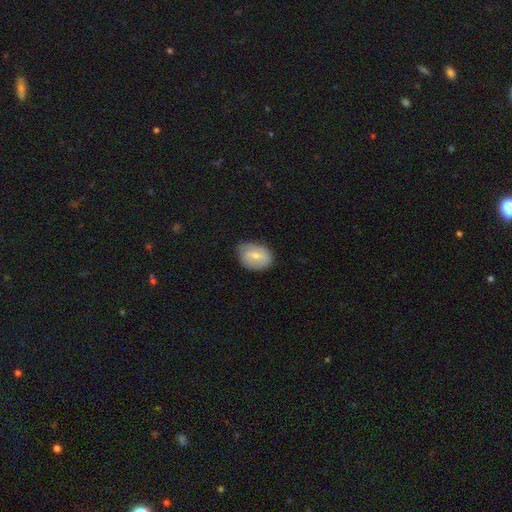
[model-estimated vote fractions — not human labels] This is likely a smooth galaxy (65%). How rounded: likely in between (75%). Merging: likely none (69%).